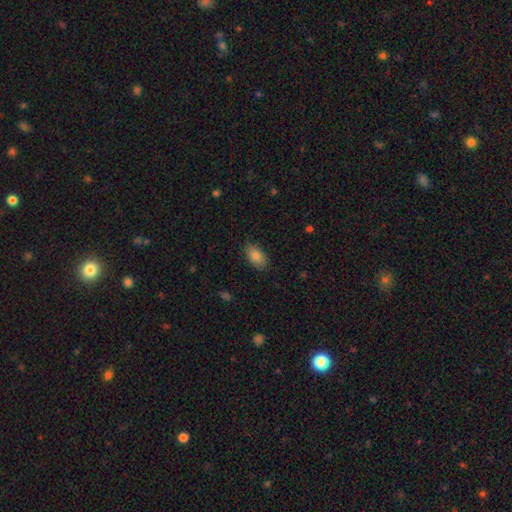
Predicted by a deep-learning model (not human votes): This is clearly a smooth galaxy (82%). How rounded: clearly in between (91%). Merging: clearly none (86%).